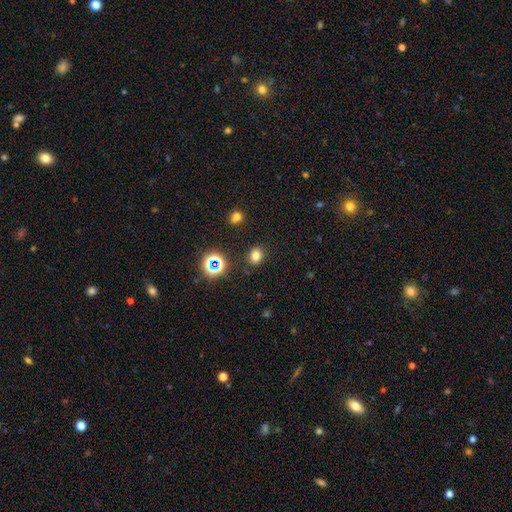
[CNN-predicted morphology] Q: Smooth or featured?
A: smooth (74%); runner-up: star or artifact (20%)
Q: How rounded?
A: round (56%); runner-up: in between (43%)
Q: Merging?
A: none (85%); runner-up: minor disturbance (9%)